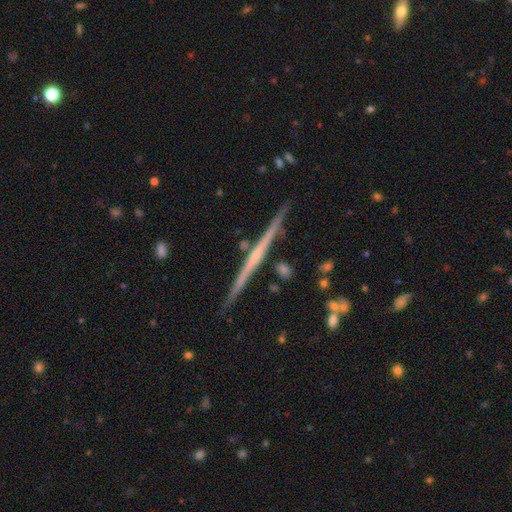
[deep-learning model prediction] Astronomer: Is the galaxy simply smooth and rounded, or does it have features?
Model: featured or disk — 74%.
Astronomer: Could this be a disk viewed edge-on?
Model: yes — 98%.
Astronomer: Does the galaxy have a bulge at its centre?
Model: none — 68%.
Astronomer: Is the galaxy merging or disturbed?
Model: none — 89%.